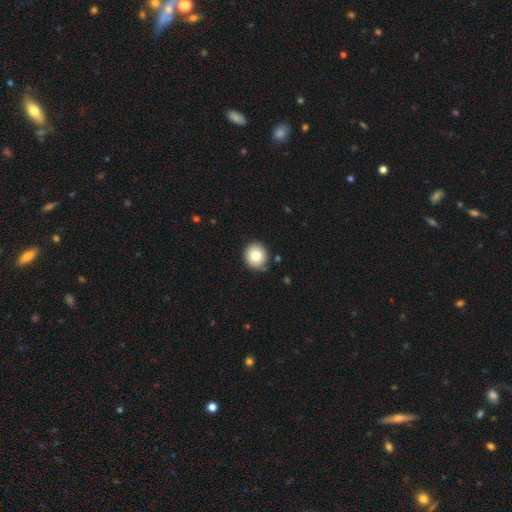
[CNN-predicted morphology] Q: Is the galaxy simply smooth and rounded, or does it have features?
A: smooth — 80%.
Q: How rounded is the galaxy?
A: round — 85%.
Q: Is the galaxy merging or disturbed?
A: none — 88%.